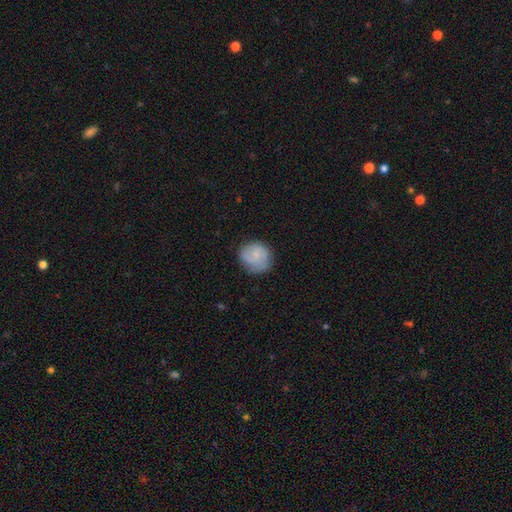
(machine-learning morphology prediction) smooth 58%, featured or disk 35%, star or artifact 7%. Down the decision tree: how rounded — round (82%); merging — none (71%).